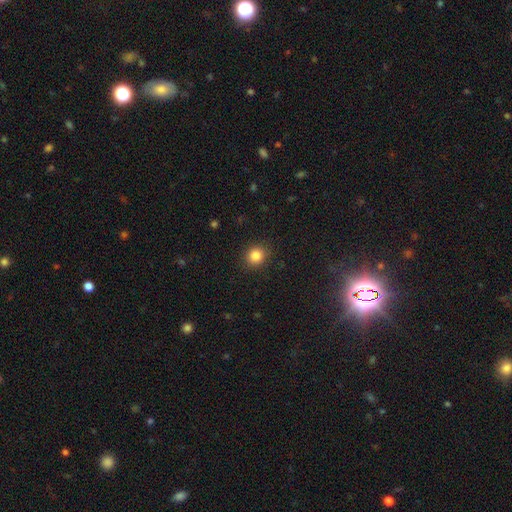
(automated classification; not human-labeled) Smooth or featured? Predicted: smooth (p=0.85). How rounded? Predicted: round (p=0.80). Merging? Predicted: none (p=0.89).